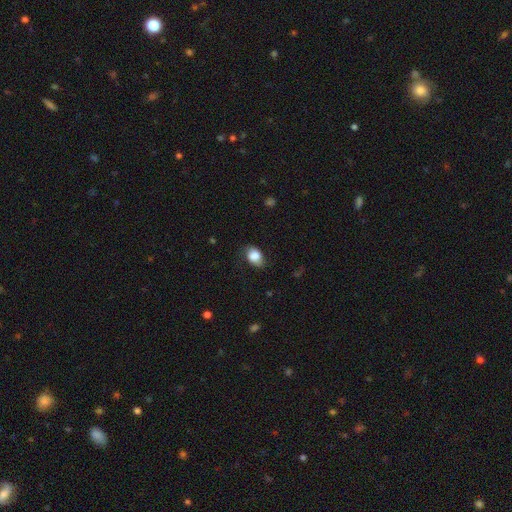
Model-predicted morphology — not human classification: Smooth or featured?
  - smooth: 82% *
  - featured or disk: 11%
  - star or artifact: 8%
How rounded?
  - in between: 78% *
  - round: 21%
  - cigar-shaped: 1%
Merging?
  - none: 69% *
  - minor disturbance: 23%
  - major disturbance: 6%
  - merger: 1%